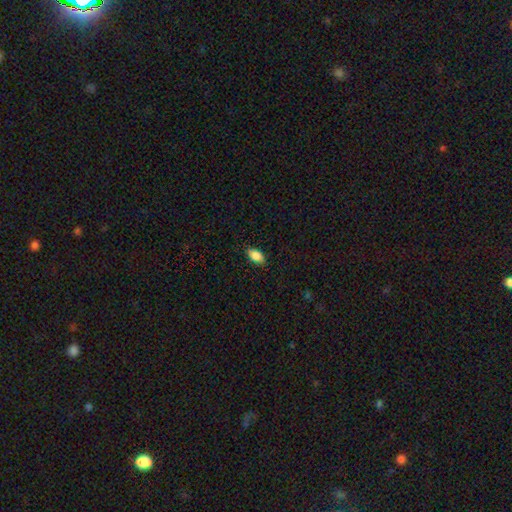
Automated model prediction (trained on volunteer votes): Smooth or featured? Predicted: smooth (p=0.87). How rounded? Predicted: in between (p=0.90). Merging? Predicted: none (p=0.84).